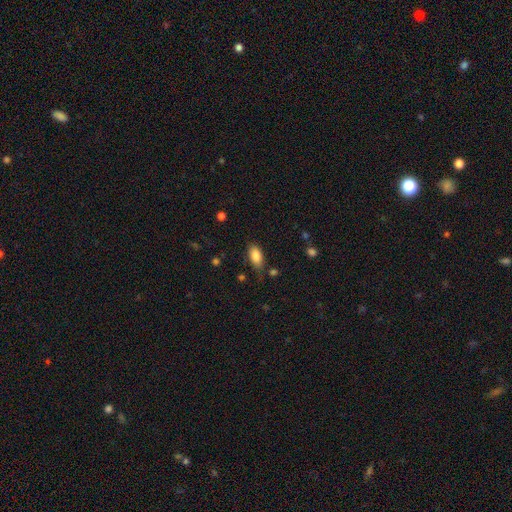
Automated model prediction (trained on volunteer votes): This is clearly a smooth galaxy (85%). How rounded: clearly in between (91%). Merging: likely none (73%).